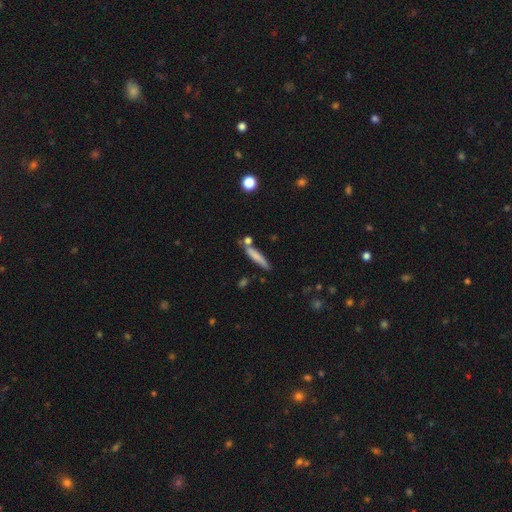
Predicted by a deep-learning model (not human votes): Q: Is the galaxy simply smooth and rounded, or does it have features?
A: smooth — 71%.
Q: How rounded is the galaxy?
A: cigar-shaped — 89%.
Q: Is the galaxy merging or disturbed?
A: none — 68%.